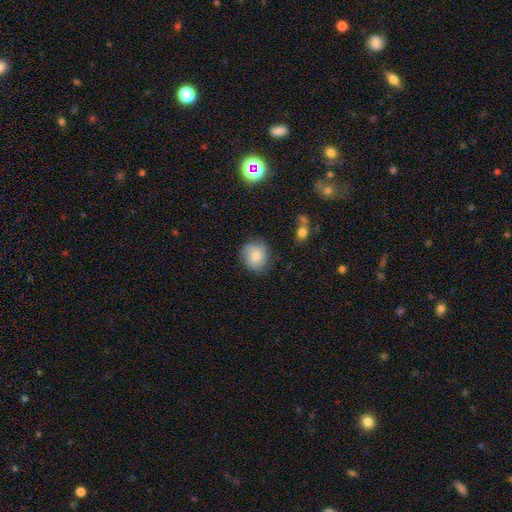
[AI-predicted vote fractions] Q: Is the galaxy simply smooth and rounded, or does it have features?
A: smooth — 74%.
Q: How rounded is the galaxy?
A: round — 76%.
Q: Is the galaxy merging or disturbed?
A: none — 73%.